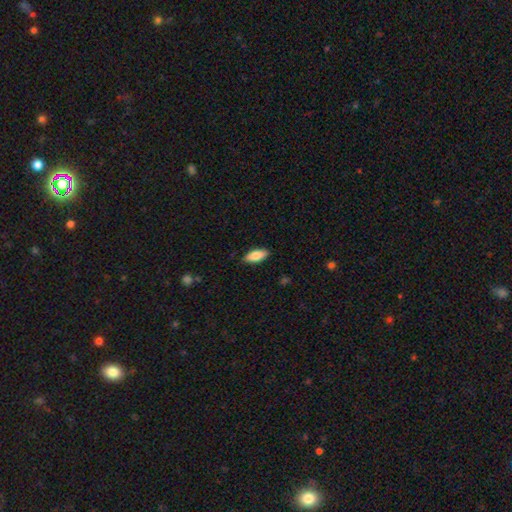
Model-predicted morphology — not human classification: Smooth or featured? Predicted: smooth (p=0.80). How rounded? Predicted: in between (p=0.82). Merging? Predicted: none (p=0.86).